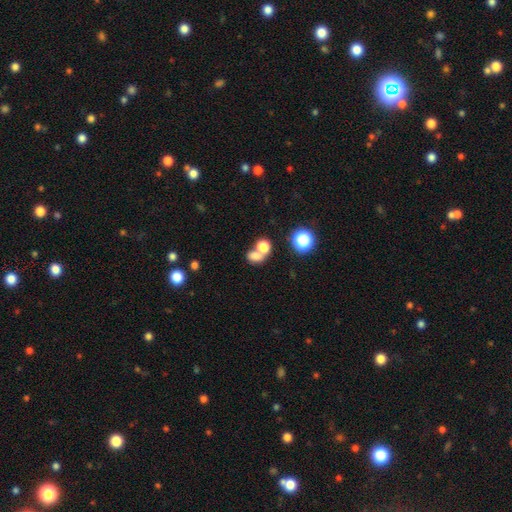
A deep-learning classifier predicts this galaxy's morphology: The model was most divided on "merging": merger: 51%, none: 35%, minor disturbance: 8%, major disturbance: 5%. More confident: smooth or featured — smooth (74%); how rounded — in between (59%).